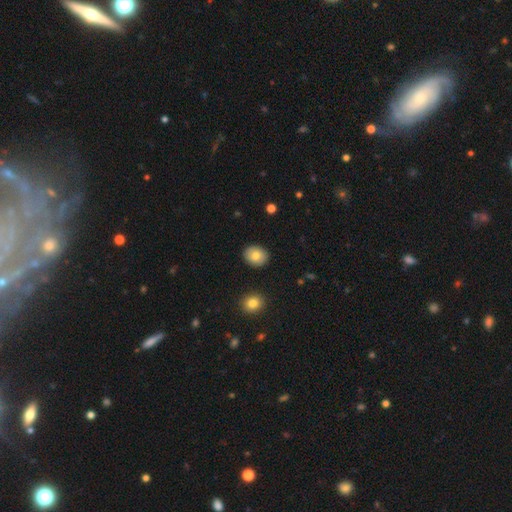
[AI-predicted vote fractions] This is clearly a smooth galaxy (82%). How rounded: likely round (61%). Merging: clearly none (90%).